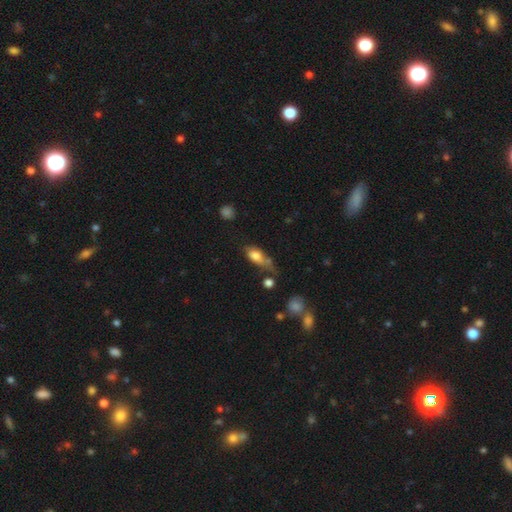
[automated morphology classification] This appears to be a smooth galaxy with no disk features (75%) that is in between round and cigar-shaped (83%). Merging: none (31%).